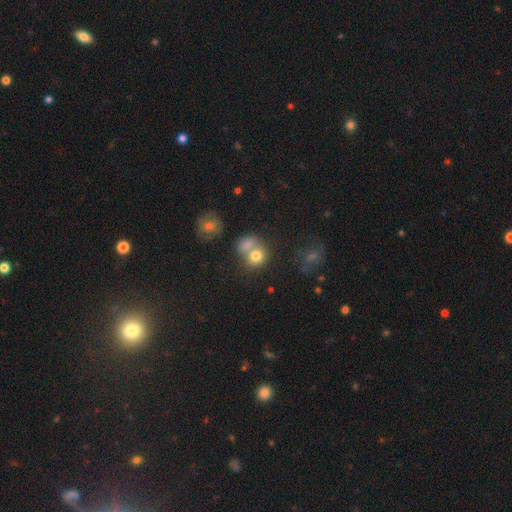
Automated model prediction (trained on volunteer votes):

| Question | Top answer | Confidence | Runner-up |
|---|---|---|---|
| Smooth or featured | smooth | 76% | featured or disk (13%) |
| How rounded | round | 76% | in between (23%) |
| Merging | merger | 48% | none (37%) |